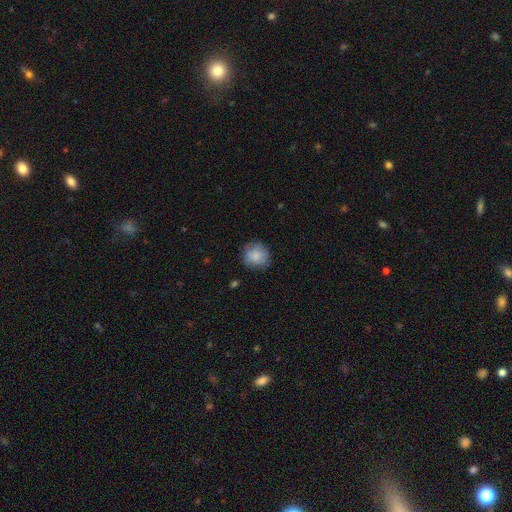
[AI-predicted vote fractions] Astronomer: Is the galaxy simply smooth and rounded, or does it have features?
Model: smooth — 82%.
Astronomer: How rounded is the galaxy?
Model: round — 86%.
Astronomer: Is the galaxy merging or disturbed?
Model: none — 79%.